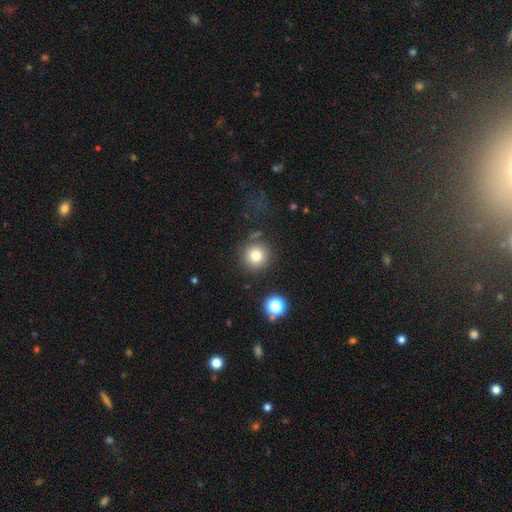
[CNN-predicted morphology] This is likely a smooth galaxy (80%). How rounded: clearly round (94%). Merging: clearly none (82%).